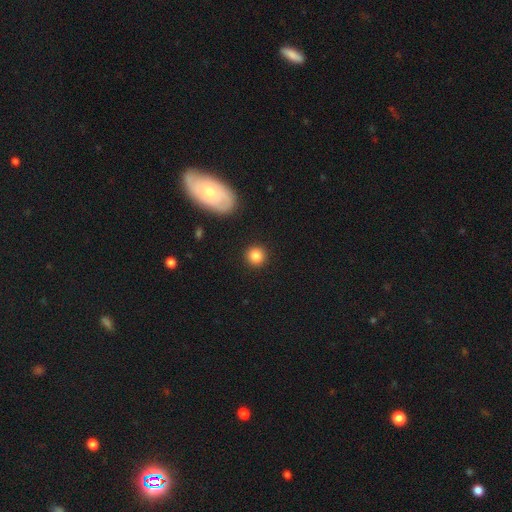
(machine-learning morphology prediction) smooth-or-featured: smooth: 85% | star or artifact: 9% | featured or disk: 5%
  how-rounded: round: 94% | in between: 5% | cigar-shaped: 1%
  merging: none: 92% | minor disturbance: 5% | major disturbance: 2% | merger: 1%